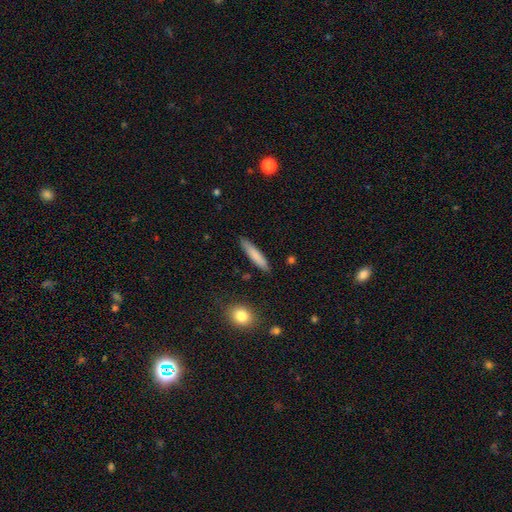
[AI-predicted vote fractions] smooth 79%, featured or disk 15%, star or artifact 6%. Down the decision tree: how rounded — cigar-shaped (88%); merging — none (86%).